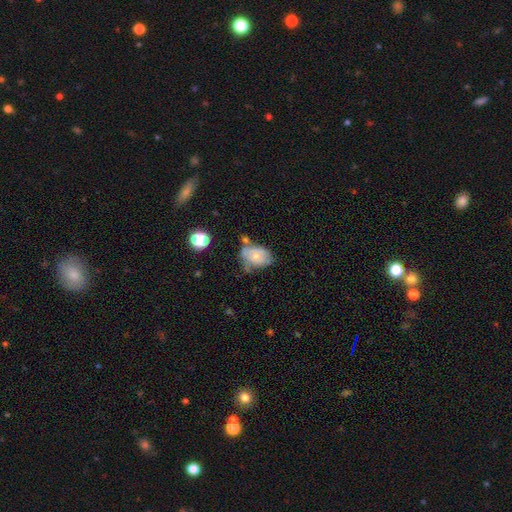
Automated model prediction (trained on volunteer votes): A smooth galaxy with no disk features (56%) that is in between round and cigar-shaped (75%). Merging: none (36%).